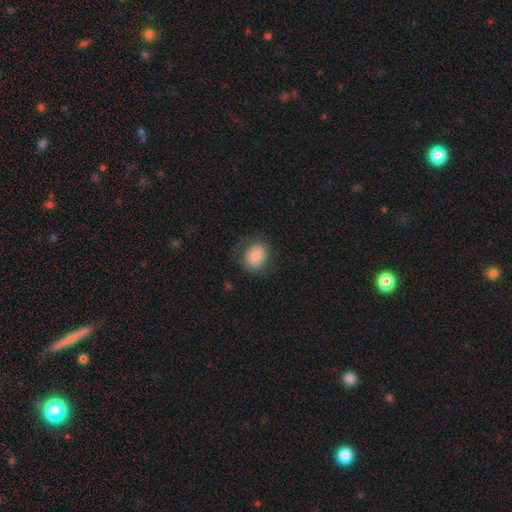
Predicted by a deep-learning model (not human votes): smooth-or-featured: smooth: 80% | featured or disk: 12% | star or artifact: 8%
  how-rounded: round: 54% | in between: 45% | cigar-shaped: 1%
  merging: none: 70% | minor disturbance: 19% | major disturbance: 10% | merger: 1%